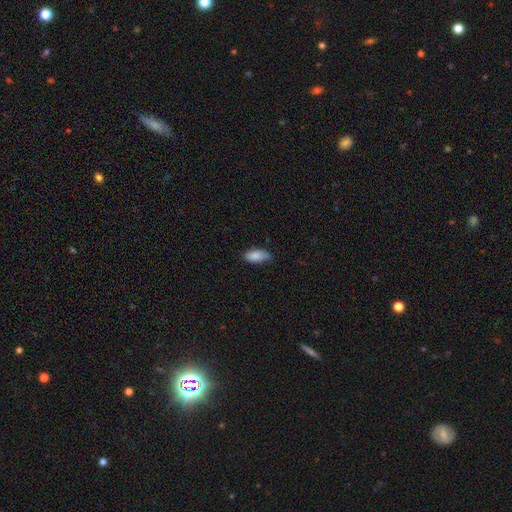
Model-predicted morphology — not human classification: Q: Smooth or featured?
A: smooth (86%); runner-up: featured or disk (7%)
Q: How rounded?
A: in between (90%); runner-up: cigar-shaped (8%)
Q: Merging?
A: none (63%); runner-up: minor disturbance (30%)